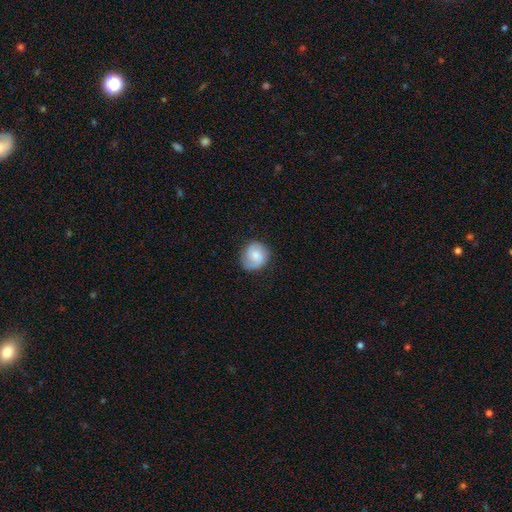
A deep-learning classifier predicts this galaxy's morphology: smooth_or_featured: smooth (p=0.57) [alt: featured or disk p=0.36]
how_rounded: round (p=0.80) [alt: in between p=0.19]
merging: none (p=0.80) [alt: minor disturbance p=0.15]